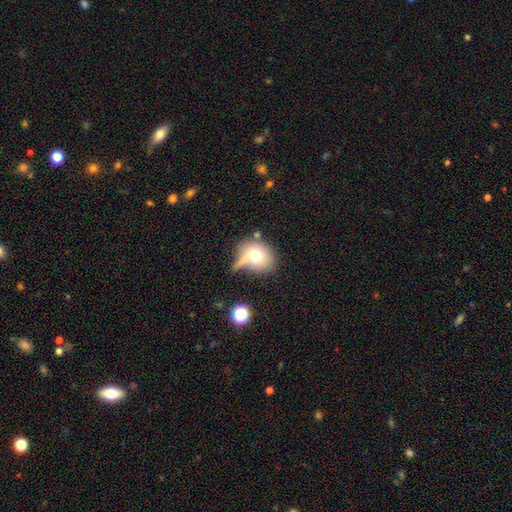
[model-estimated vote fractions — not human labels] Q: Smooth or featured?
A: smooth (68%); runner-up: featured or disk (21%)
Q: How rounded?
A: round (65%); runner-up: in between (33%)
Q: Merging?
A: none (38%); runner-up: minor disturbance (23%)